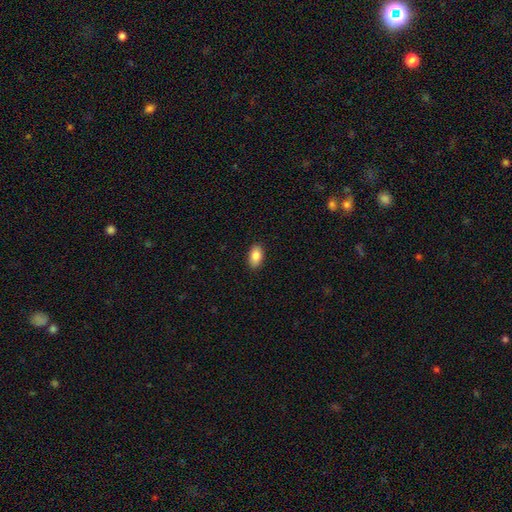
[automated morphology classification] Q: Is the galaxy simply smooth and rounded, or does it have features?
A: smooth — 86%.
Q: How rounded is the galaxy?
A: in between — 93%.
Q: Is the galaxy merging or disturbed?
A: none — 89%.